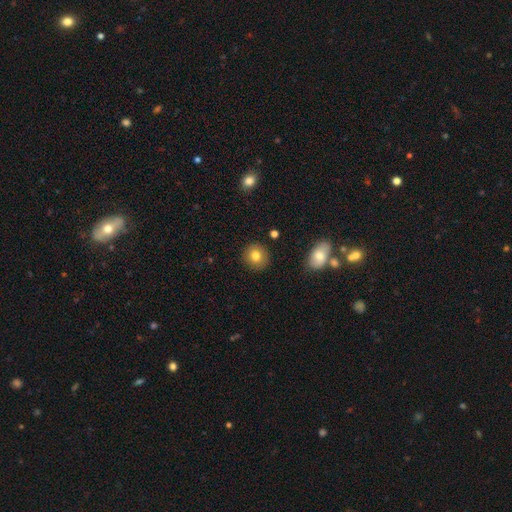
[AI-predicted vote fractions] smooth_or_featured: smooth (p=0.81) [alt: featured or disk p=0.10]
how_rounded: round (p=0.89) [alt: in between p=0.10]
merging: none (p=0.89) [alt: minor disturbance p=0.07]